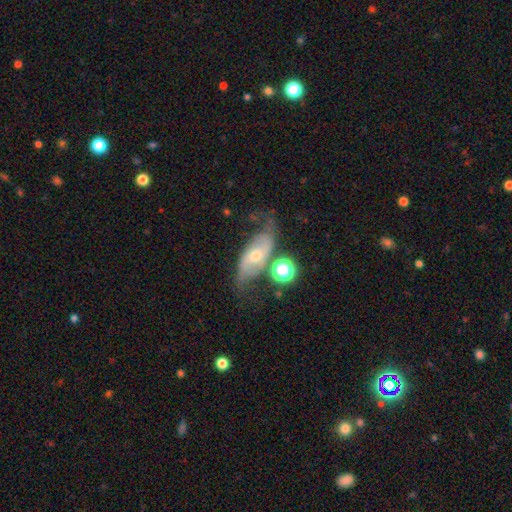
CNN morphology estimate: This is likely a featured or disk galaxy (72%). It is clearly not viewed edge-on (91%). Bar: possibly no (53%). Spiral arm pattern: clearly yes (88%). Spiral arm count: clearly 2 (87%). Spiral winding: likely loose (61%). Central bulge: possibly small (49%). Merging: possibly none (55%).